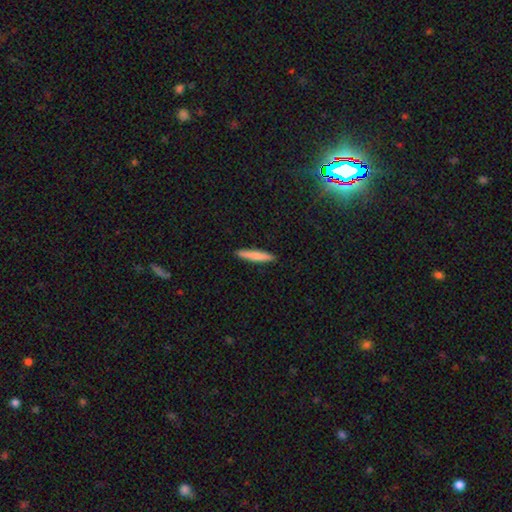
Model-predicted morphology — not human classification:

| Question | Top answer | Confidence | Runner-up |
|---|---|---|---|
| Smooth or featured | smooth | 77% | featured or disk (18%) |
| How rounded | cigar-shaped | 92% | in between (6%) |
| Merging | none | 91% | minor disturbance (6%) |